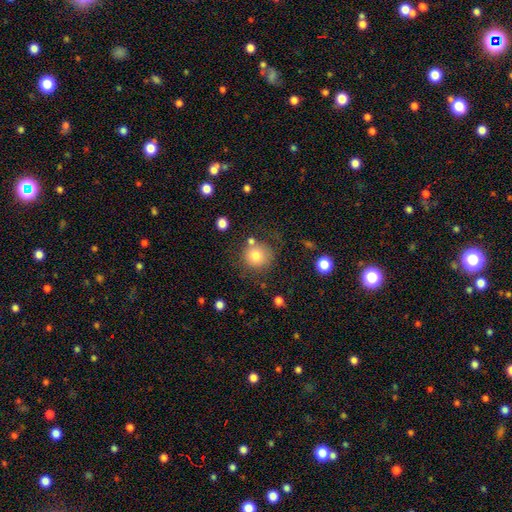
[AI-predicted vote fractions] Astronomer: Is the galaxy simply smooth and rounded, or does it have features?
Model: smooth — 78%.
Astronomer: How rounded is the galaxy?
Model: round — 92%.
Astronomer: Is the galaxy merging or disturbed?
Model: none — 72%.